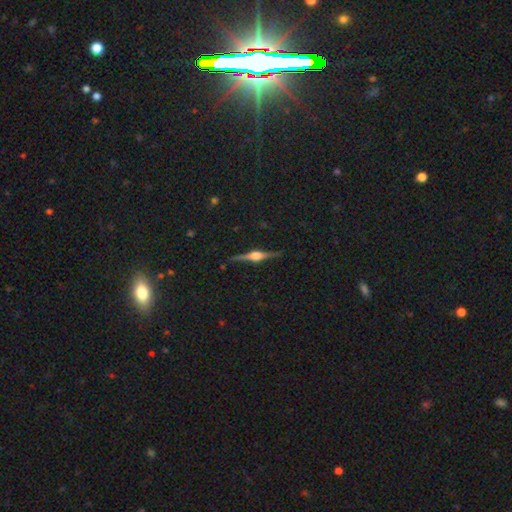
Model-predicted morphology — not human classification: Q: Smooth or featured?
A: featured or disk (84%); runner-up: smooth (10%)
Q: Edge-on disk?
A: yes (98%); runner-up: no (2%)
Q: Edge-on bulge?
A: rounded (91%); runner-up: boxy (7%)
Q: Merging?
A: none (89%); runner-up: minor disturbance (8%)